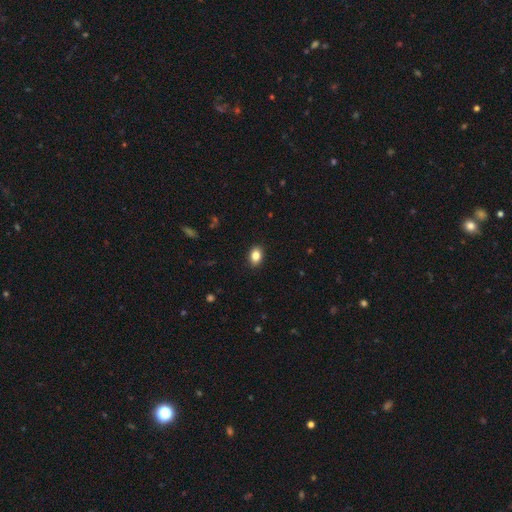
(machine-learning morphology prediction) Smooth or featured: smooth — 85% (star or artifact — 9%)
How rounded: in between — 79% (round — 20%)
Merging: none — 89% (minor disturbance — 8%)